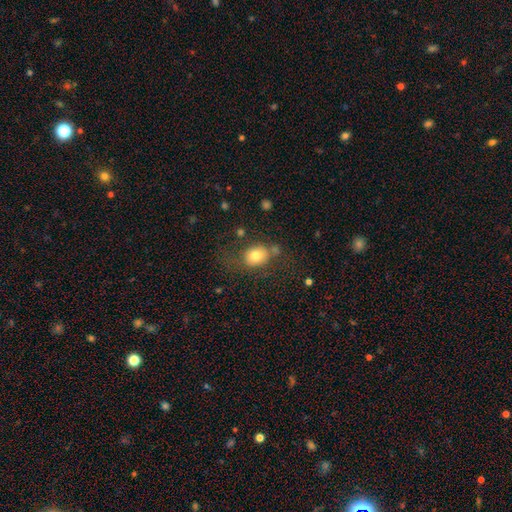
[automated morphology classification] Smooth or featured?
  - smooth: 75% *
  - featured or disk: 14%
  - star or artifact: 11%
How rounded?
  - round: 56% *
  - in between: 43%
  - cigar-shaped: 1%
Merging?
  - none: 62% *
  - minor disturbance: 19%
  - major disturbance: 12%
  - merger: 8%